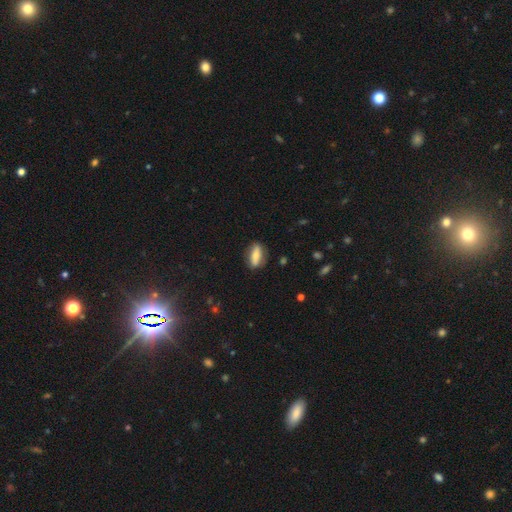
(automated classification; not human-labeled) Smooth or featured? smooth (63%)
How rounded? in between (69%)
Merging? none (83%)